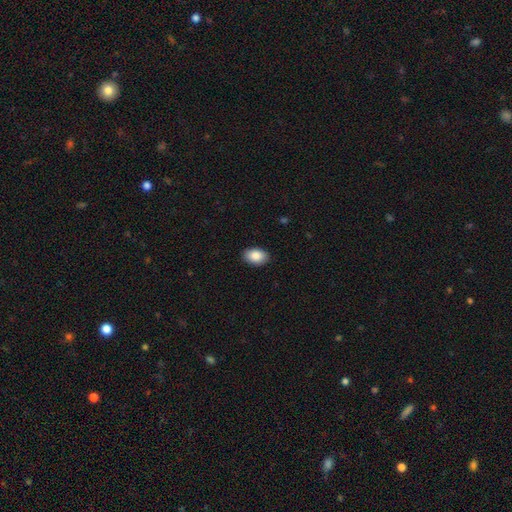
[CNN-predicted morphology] smooth_or_featured: smooth (p=0.88) [alt: star or artifact p=0.07]
how_rounded: in between (p=0.89) [alt: round p=0.10]
merging: none (p=0.89) [alt: minor disturbance p=0.08]